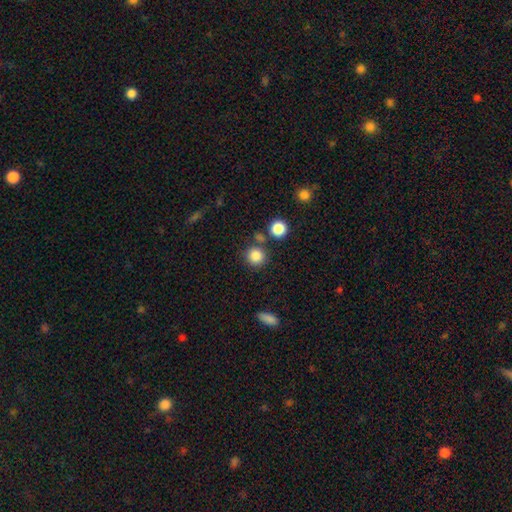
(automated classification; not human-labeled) Q: Smooth or featured?
A: smooth (85%); runner-up: star or artifact (11%)
Q: How rounded?
A: round (91%); runner-up: in between (8%)
Q: Merging?
A: none (78%); runner-up: merger (10%)